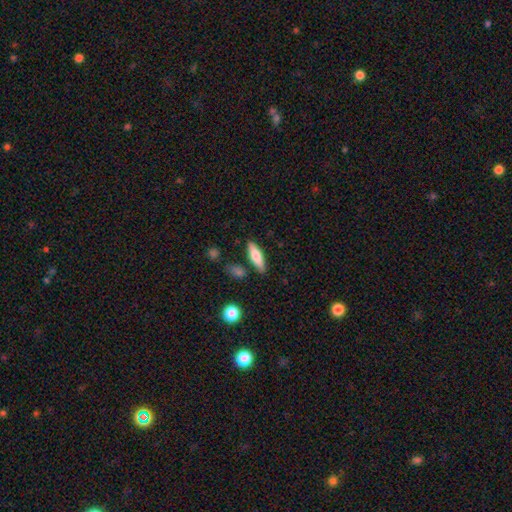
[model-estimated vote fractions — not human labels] Smooth or featured? smooth (70%)
How rounded? cigar-shaped (53%)
Merging? none (81%)